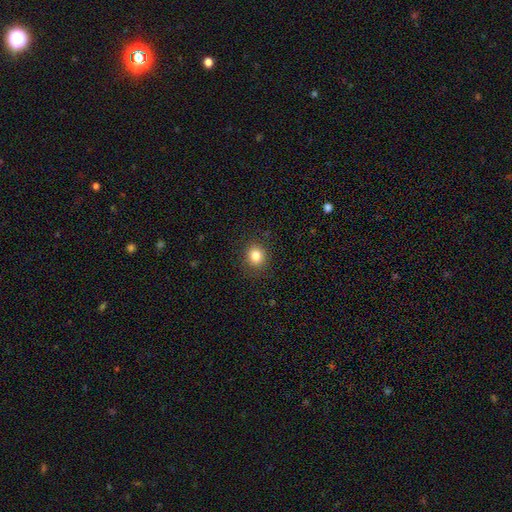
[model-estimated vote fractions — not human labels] The model was most divided on "how rounded": round: 84%, in between: 15%, cigar-shaped: 1%. More confident: merging — none (89%); smooth or featured — smooth (83%).